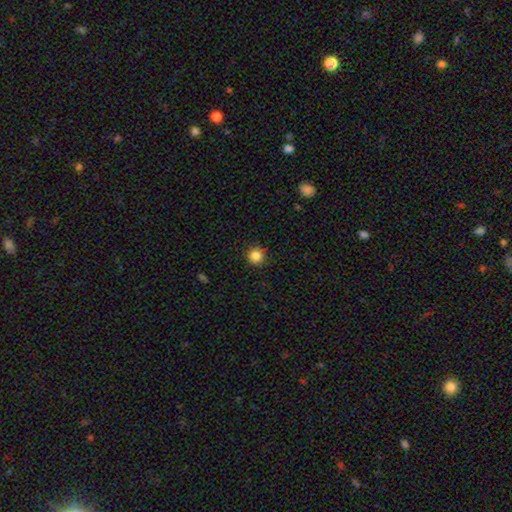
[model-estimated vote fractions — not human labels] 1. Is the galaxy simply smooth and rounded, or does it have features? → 85% smooth, 11% star or artifact, 4% featured or disk.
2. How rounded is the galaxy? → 95% round, 4% in between, 1% cigar-shaped.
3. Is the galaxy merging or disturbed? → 90% none, 7% minor disturbance, 2% major disturbance, 1% merger.